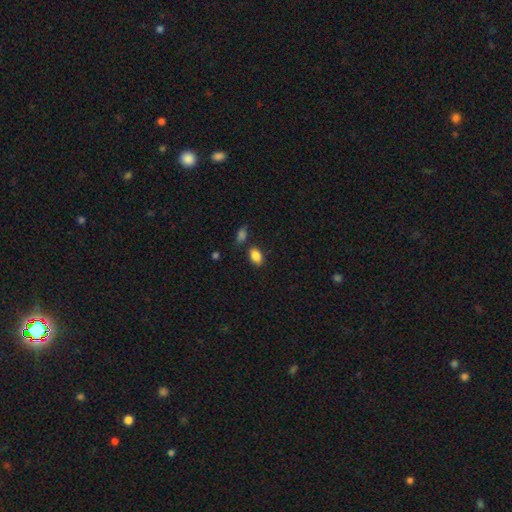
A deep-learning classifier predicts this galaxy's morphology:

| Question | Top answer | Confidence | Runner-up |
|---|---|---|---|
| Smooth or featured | smooth | 87% | star or artifact (9%) |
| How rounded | in between | 87% | round (12%) |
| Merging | none | 74% | minor disturbance (13%) |